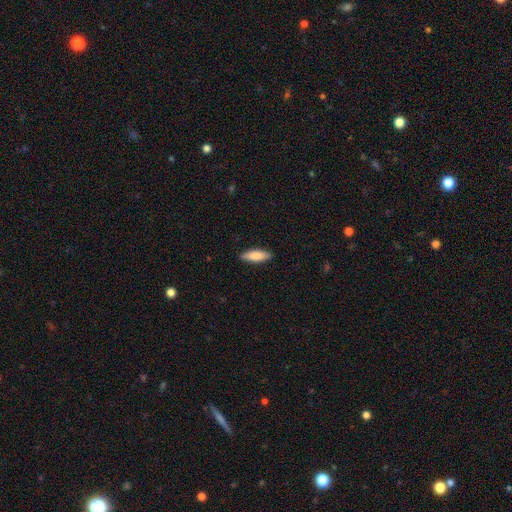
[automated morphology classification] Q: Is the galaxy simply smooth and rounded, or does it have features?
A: smooth — 82%.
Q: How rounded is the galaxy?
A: in between — 51%.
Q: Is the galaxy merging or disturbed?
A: none — 88%.